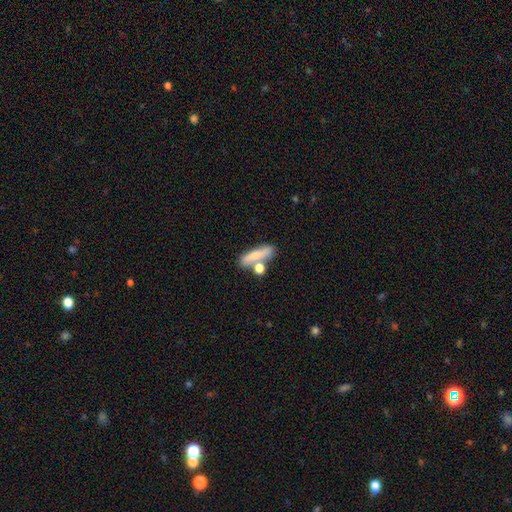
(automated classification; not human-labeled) The model was most divided on "how rounded": cigar-shaped: 55%, in between: 37%, round: 9%. More confident: smooth or featured — smooth (68%); merging — none (53%).